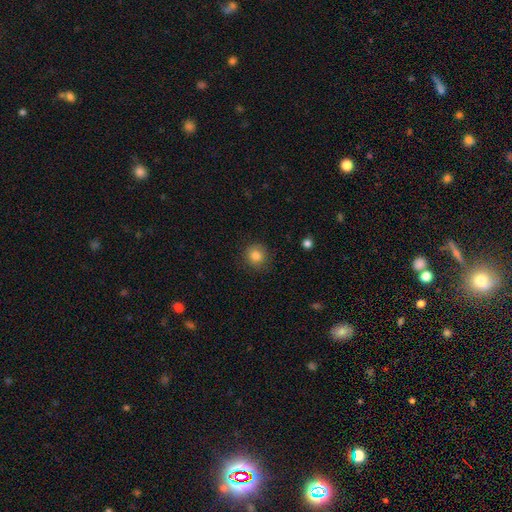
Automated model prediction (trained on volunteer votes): A smooth galaxy with no disk features (83%) that is round (89%).

Vote fractions:
- Smooth or featured? smooth: 83% / star or artifact: 11% / featured or disk: 6%
- How rounded? round: 89% / in between: 10% / cigar-shaped: 1%
- Merging? none: 87% / minor disturbance: 9% / major disturbance: 3% / merger: 1%